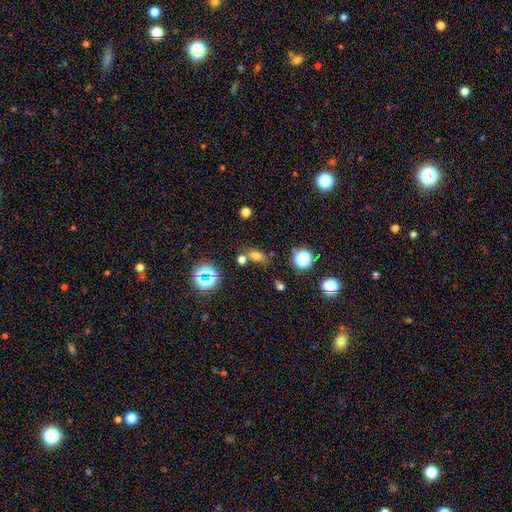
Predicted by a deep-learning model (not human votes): The model was most divided on "smooth or featured": smooth: 66%, star or artifact: 23%, featured or disk: 11%. More confident: how rounded — in between (73%); merging — none (66%).